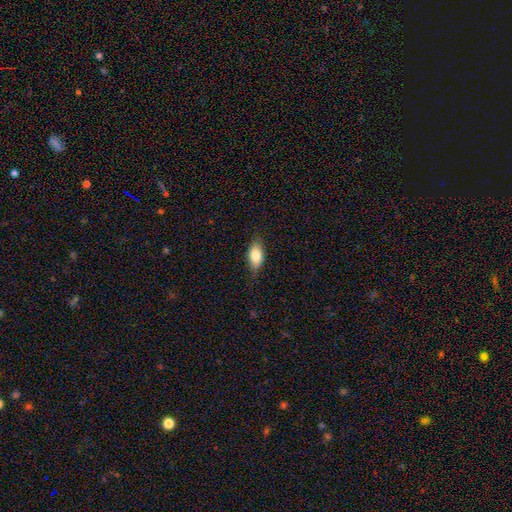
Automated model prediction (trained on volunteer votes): Smooth or featured?
  - smooth: 77% *
  - featured or disk: 16%
  - star or artifact: 7%
How rounded?
  - in between: 87% *
  - cigar-shaped: 8%
  - round: 5%
Merging?
  - none: 78% *
  - minor disturbance: 17%
  - major disturbance: 3%
  - merger: 1%